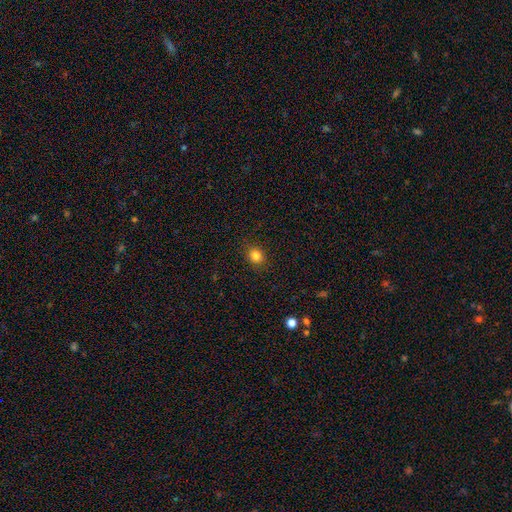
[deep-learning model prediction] Q: Smooth or featured?
A: smooth (83%); runner-up: star or artifact (12%)
Q: How rounded?
A: round (73%); runner-up: in between (26%)
Q: Merging?
A: none (89%); runner-up: minor disturbance (7%)